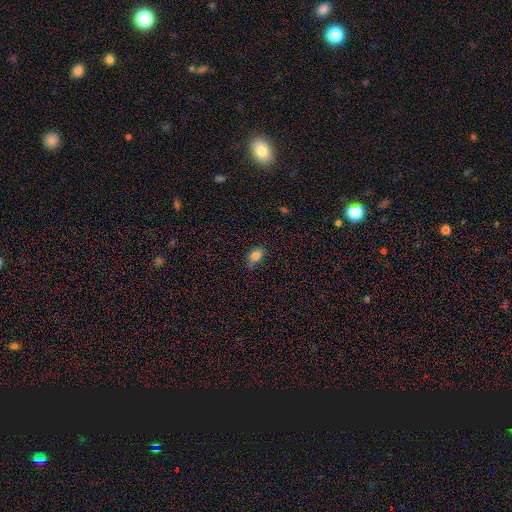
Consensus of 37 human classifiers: This is clearly a smooth galaxy (95%). How rounded: clearly in between (86%). Merging: likely none (73%).